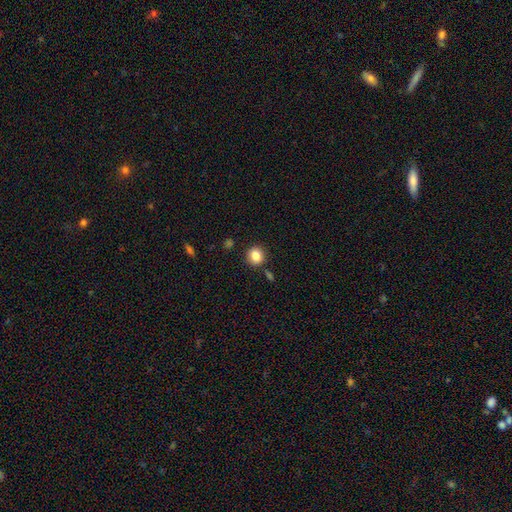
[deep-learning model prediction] Smooth or featured? Predicted: smooth (p=0.85). How rounded? Predicted: round (p=0.82). Merging? Predicted: none (p=0.86).